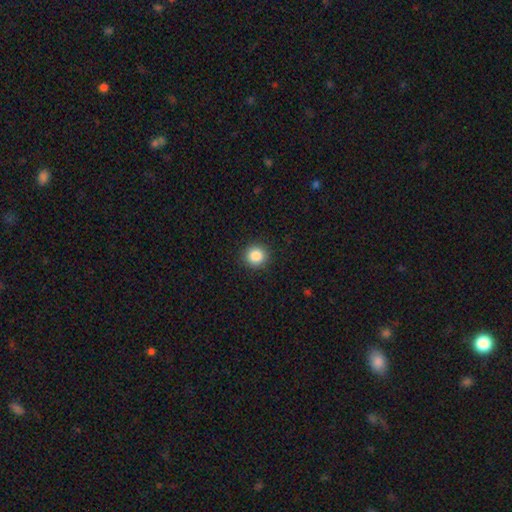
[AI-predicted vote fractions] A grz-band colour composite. It shows a smooth galaxy with no disk features (85%) that is round (93%). Merging: none (92%).